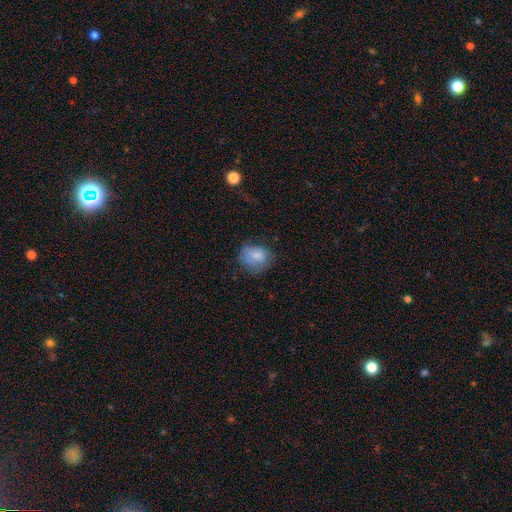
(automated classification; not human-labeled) smooth-or-featured: smooth: 77% | featured or disk: 14% | star or artifact: 9%
  how-rounded: in between: 52% | round: 47% | cigar-shaped: 1%
  merging: none: 57% | minor disturbance: 29% | major disturbance: 12% | merger: 2%